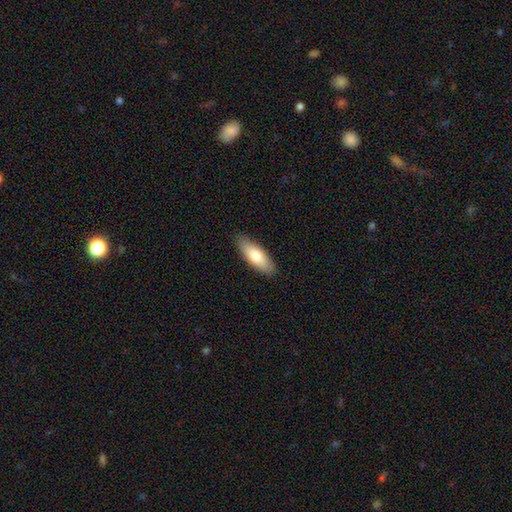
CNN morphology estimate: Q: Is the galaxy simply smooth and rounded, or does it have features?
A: smooth — 76%.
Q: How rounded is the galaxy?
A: in between — 64%.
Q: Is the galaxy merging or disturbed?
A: none — 88%.